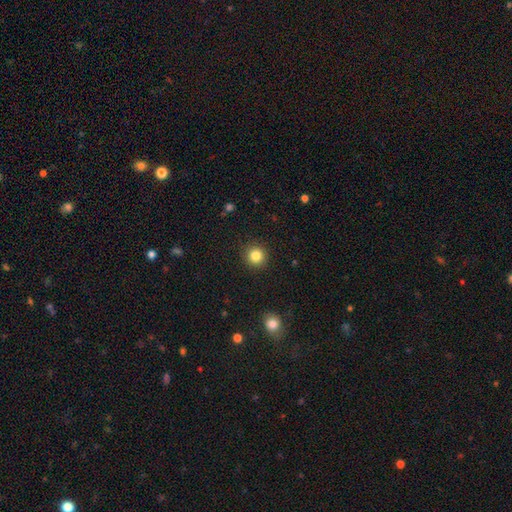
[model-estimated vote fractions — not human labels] Smooth or featured? Predicted: smooth (p=0.83). How rounded? Predicted: round (p=0.94). Merging? Predicted: none (p=0.91).